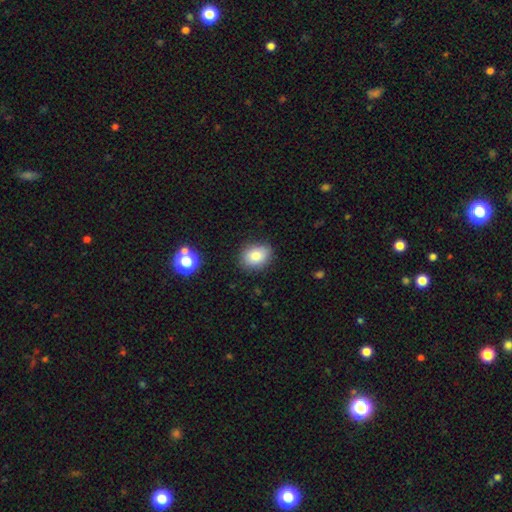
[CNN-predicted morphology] The model was most divided on "how rounded": in between: 62%, round: 37%, cigar-shaped: 1%. More confident: merging — none (83%); smooth or featured — smooth (82%).